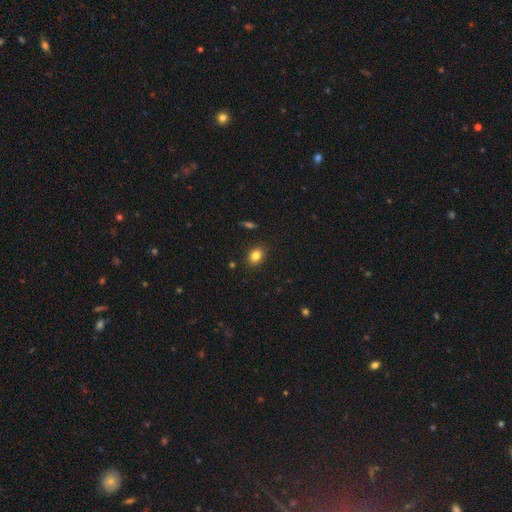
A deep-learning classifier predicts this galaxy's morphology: type=smooth (83%); roundness=in between (60%); merging=none (88%).